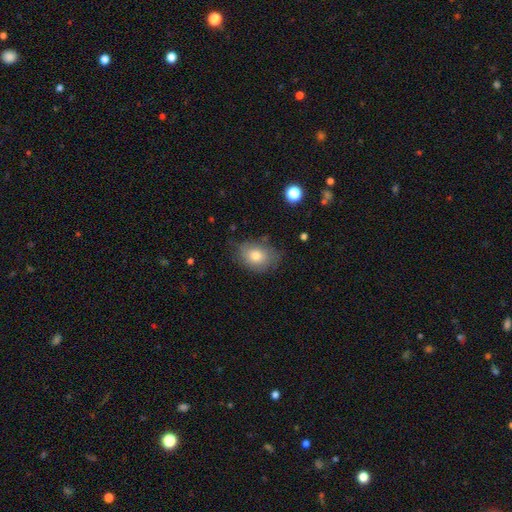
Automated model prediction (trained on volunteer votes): Smooth or featured?
  - smooth: 78% *
  - featured or disk: 14%
  - star or artifact: 8%
How rounded?
  - in between: 73% *
  - round: 26%
  - cigar-shaped: 1%
Merging?
  - none: 70% *
  - minor disturbance: 22%
  - major disturbance: 5%
  - merger: 2%